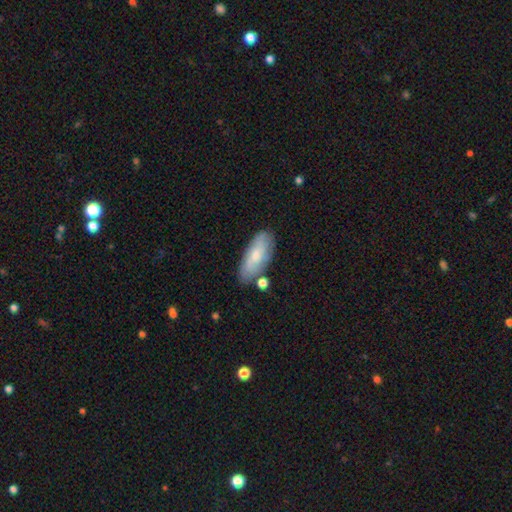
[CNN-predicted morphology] Smooth or featured? Predicted: smooth (p=0.64). How rounded? Predicted: in between (p=0.81). Merging? Predicted: none (p=0.69).